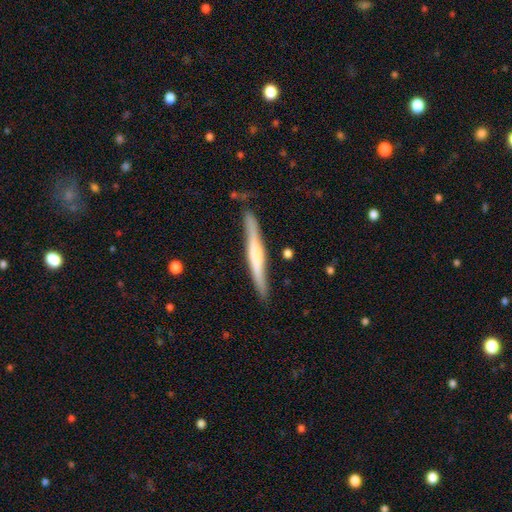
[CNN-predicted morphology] Overall: featured or disk (57%; smooth 38%). Edge-on disk: yes (95%). Edge-on bulge: rounded (42%; boxy 30%). Merging: none (81%).